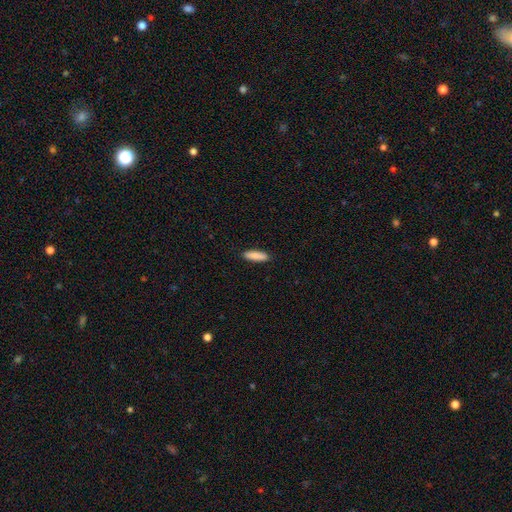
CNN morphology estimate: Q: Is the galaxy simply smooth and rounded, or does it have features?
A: smooth — 88%.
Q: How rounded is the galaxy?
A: cigar-shaped — 66%.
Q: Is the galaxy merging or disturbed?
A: none — 90%.